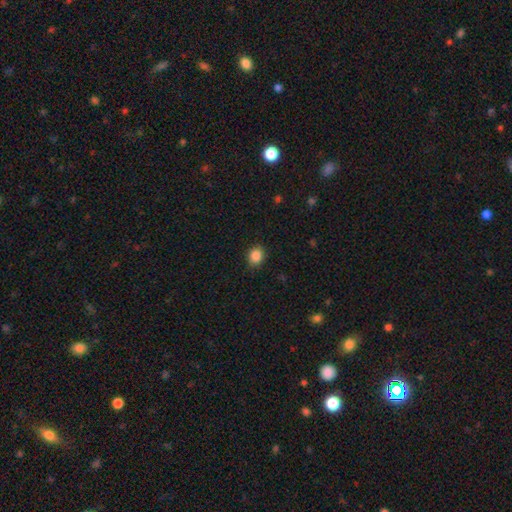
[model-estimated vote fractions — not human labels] The model was most divided on "how rounded": round: 57%, in between: 42%, cigar-shaped: 1%. More confident: smooth or featured — smooth (87%); merging — none (87%).